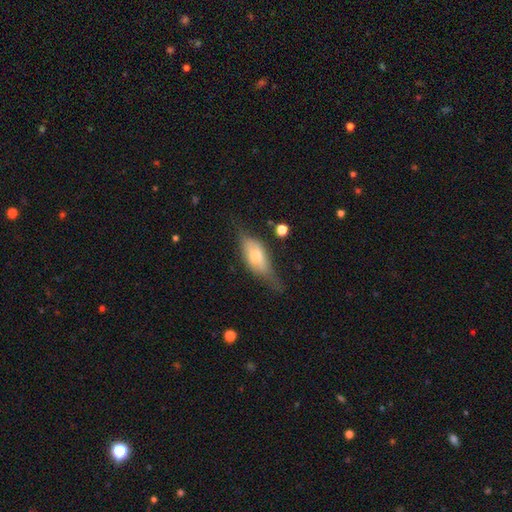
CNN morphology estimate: type=smooth (47%); merging=none (50%).